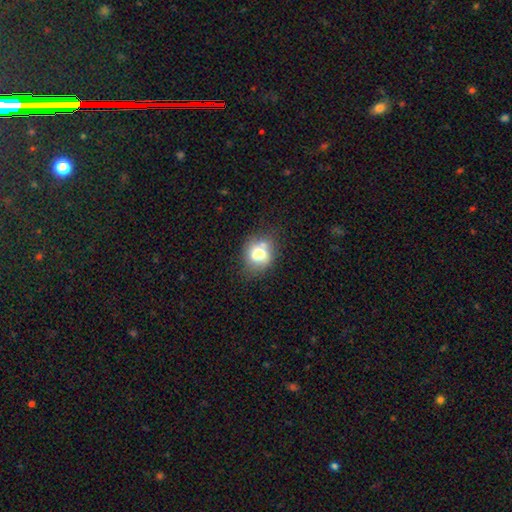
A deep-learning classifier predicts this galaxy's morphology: Smooth or featured: smooth — 67% (featured or disk — 23%)
How rounded: round — 59% (in between — 40%)
Merging: none — 54% (minor disturbance — 20%)